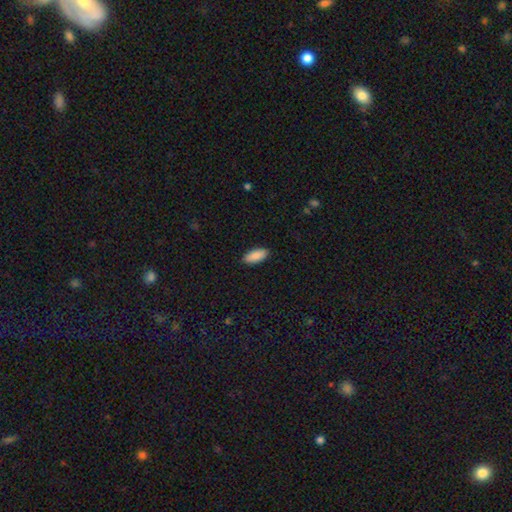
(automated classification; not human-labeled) Overall: smooth (90%). How rounded: in between (88%). Merging: none (90%).